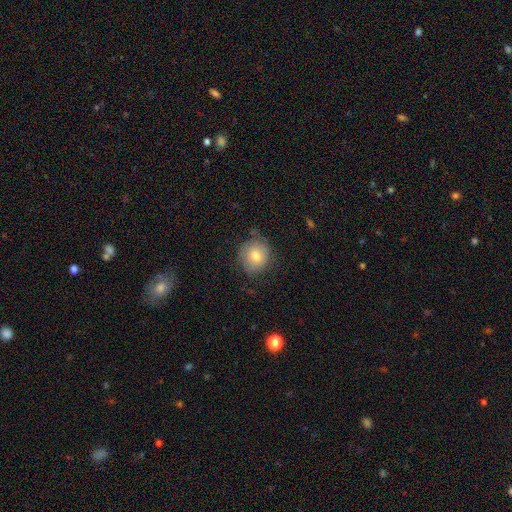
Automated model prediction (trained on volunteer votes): Smooth or featured? smooth (73%)
How rounded? round (86%)
Merging? none (70%)